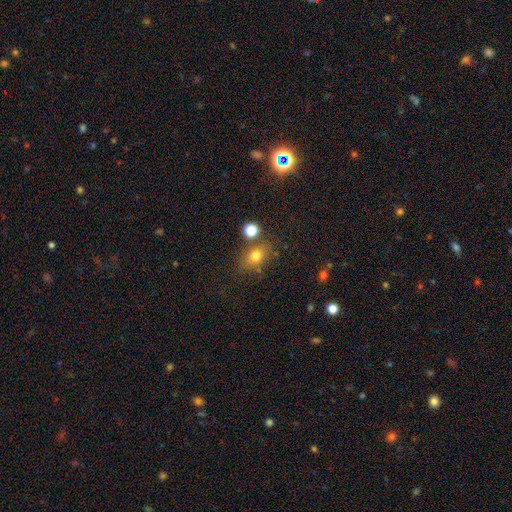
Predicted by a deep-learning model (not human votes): Overall: smooth (74%). How rounded: in between (56%; round 42%). Merging: none (67%).